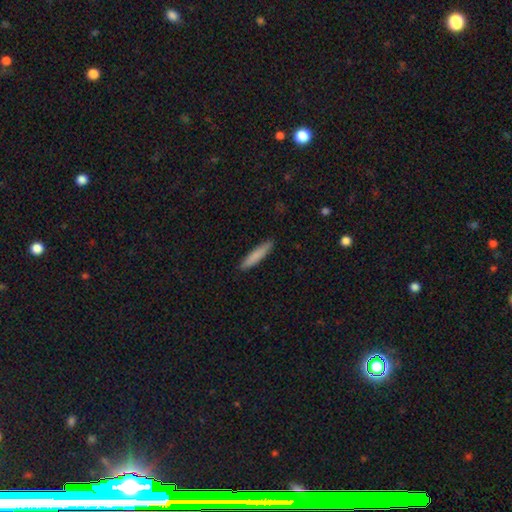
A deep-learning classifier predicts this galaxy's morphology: Smooth or featured?
  - smooth: 83% *
  - featured or disk: 12%
  - star or artifact: 6%
How rounded?
  - cigar-shaped: 89% *
  - in between: 10%
  - round: 1%
Merging?
  - none: 89% *
  - minor disturbance: 9%
  - major disturbance: 2%
  - merger: 1%